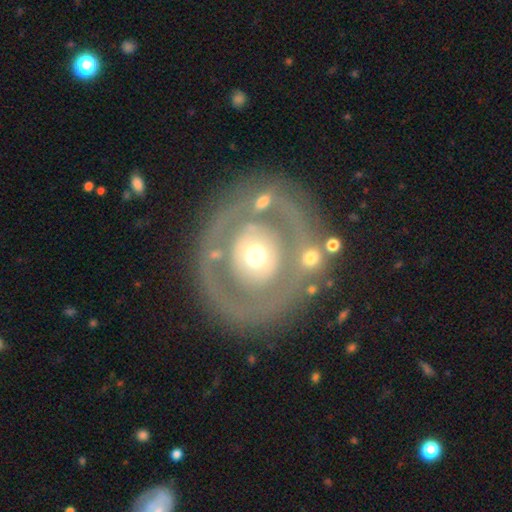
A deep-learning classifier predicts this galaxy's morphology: A featured or disk galaxy (62%) with no bar (90%), no spiral arms (83%) and a moderate central bulge (66%). Merging: none (66%).